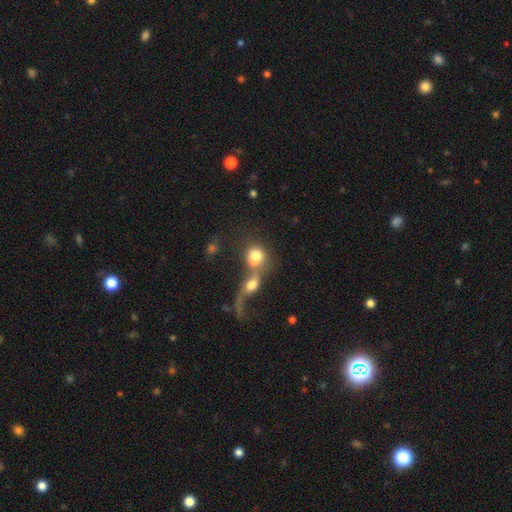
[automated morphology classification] smooth-or-featured: smooth: 65% | featured or disk: 23% | star or artifact: 12%
  how-rounded: round: 73% | in between: 25% | cigar-shaped: 2%
  merging: merger: 67% | none: 17% | major disturbance: 11% | minor disturbance: 5%